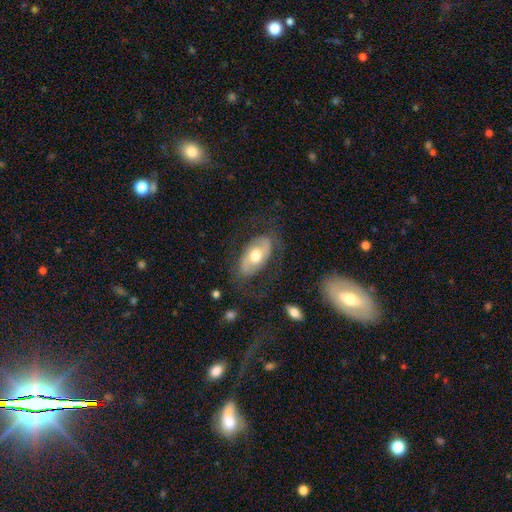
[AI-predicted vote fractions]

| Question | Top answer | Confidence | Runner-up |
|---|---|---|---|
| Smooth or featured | featured or disk | 58% | smooth (35%) |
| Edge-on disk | no | 90% | yes (10%) |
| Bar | no | 52% | weak (29%) |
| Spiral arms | yes | 62% | no (38%) |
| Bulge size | moderate | 70% | large (17%) |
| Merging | none | 69% | minor disturbance (16%) |